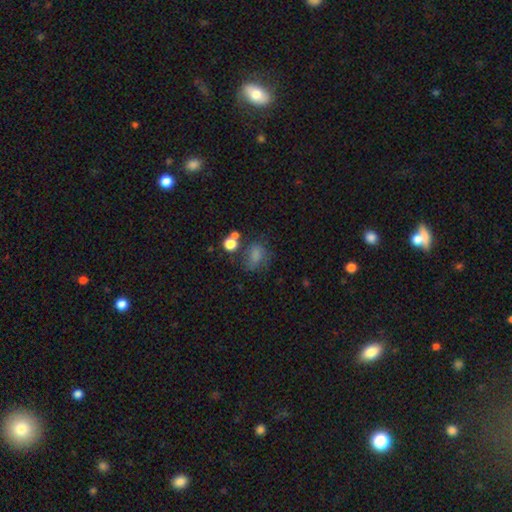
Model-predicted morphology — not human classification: smooth-or-featured: smooth: 72% | star or artifact: 16% | featured or disk: 13%
  how-rounded: in between: 57% | round: 41% | cigar-shaped: 2%
  merging: none: 47% | minor disturbance: 23% | major disturbance: 18% | merger: 12%